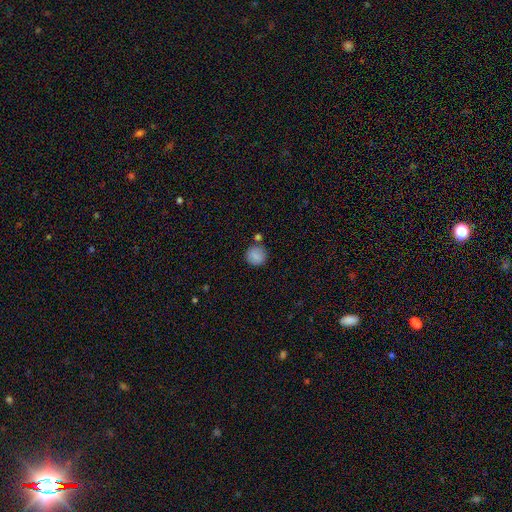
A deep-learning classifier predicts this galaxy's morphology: smooth 87%, star or artifact 8%, featured or disk 5%. Down the decision tree: how rounded — round (93%); merging — none (79%).